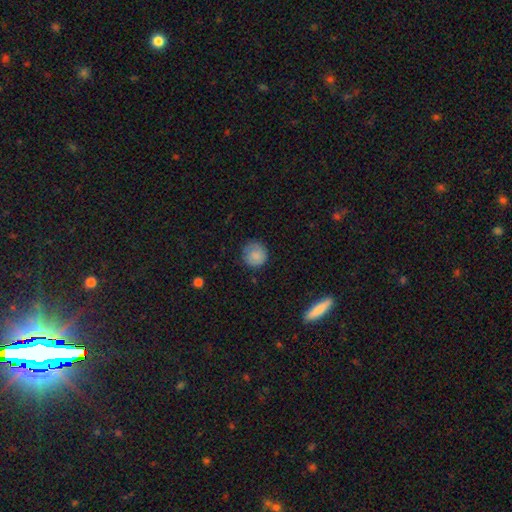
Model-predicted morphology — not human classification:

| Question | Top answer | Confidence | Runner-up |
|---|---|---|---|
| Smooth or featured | smooth | 82% | featured or disk (10%) |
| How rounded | round | 92% | in between (7%) |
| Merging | none | 75% | minor disturbance (19%) |